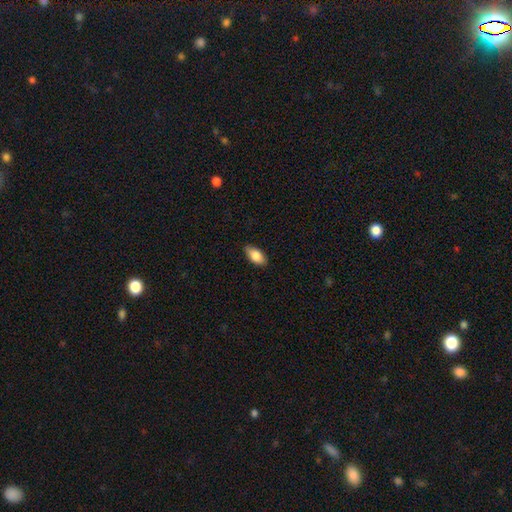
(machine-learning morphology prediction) The model was most divided on "merging": none: 85%, minor disturbance: 12%, major disturbance: 2%, merger: 1%. More confident: how rounded — in between (91%); smooth or featured — smooth (84%).